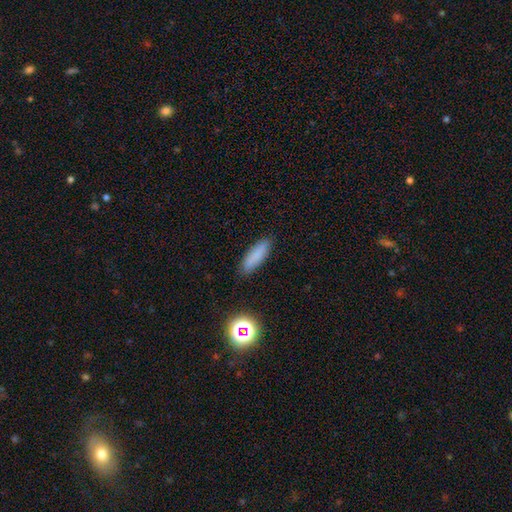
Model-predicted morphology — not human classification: A smooth galaxy with no disk features (82%) that is cigar-shaped (51%).

Vote fractions:
- Smooth or featured? smooth: 82% / star or artifact: 10% / featured or disk: 8%
- How rounded? cigar-shaped: 51% / in between: 46% / round: 2%
- Merging? none: 87% / minor disturbance: 10% / major disturbance: 2% / merger: 1%